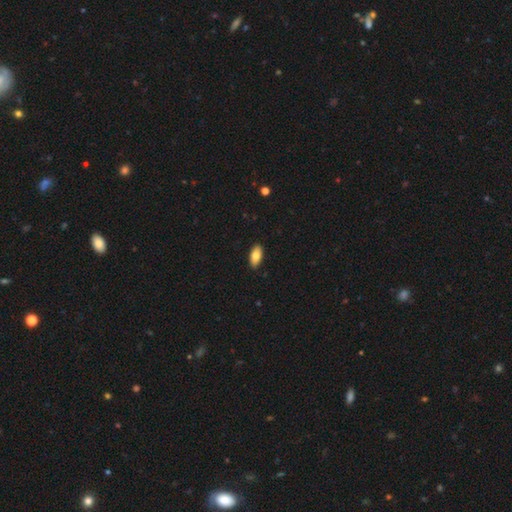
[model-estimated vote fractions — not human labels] Morphology: type=smooth (80%); roundness=in between (89%); merging=none (90%).